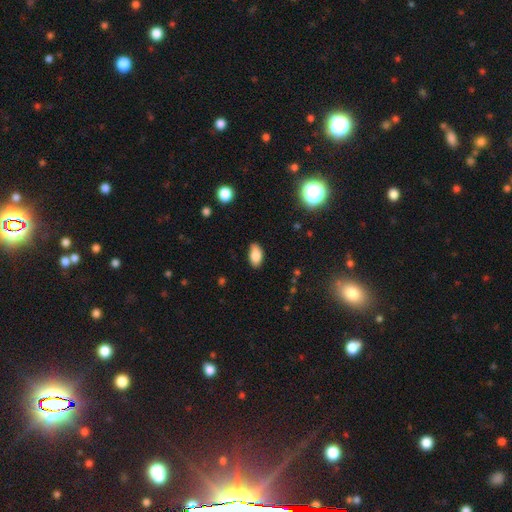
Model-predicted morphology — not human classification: Smooth or featured? smooth (84%)
How rounded? in between (92%)
Merging? none (82%)